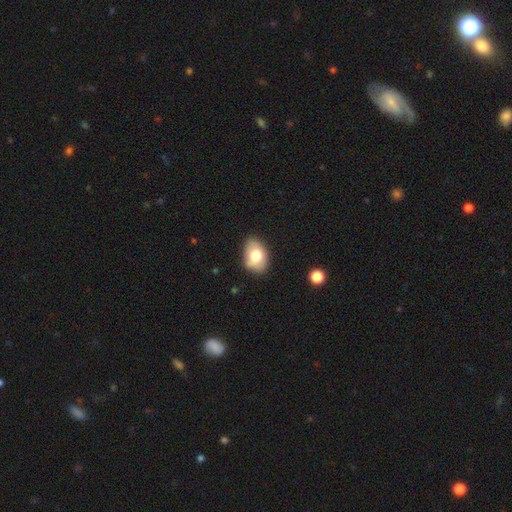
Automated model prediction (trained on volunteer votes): Smooth or featured: smooth — 73% (featured or disk — 19%)
How rounded: in between — 82% (round — 17%)
Merging: none — 72% (minor disturbance — 21%)